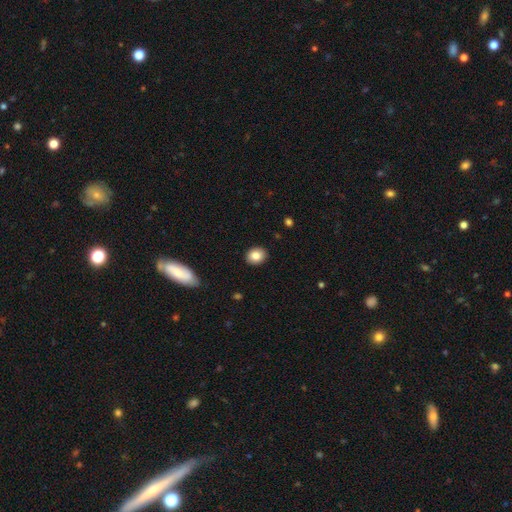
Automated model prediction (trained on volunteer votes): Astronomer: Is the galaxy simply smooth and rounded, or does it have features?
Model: smooth — 85%.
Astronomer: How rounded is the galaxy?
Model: round — 53% (runner-up: in between, 46%).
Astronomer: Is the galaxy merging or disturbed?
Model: none — 89%.